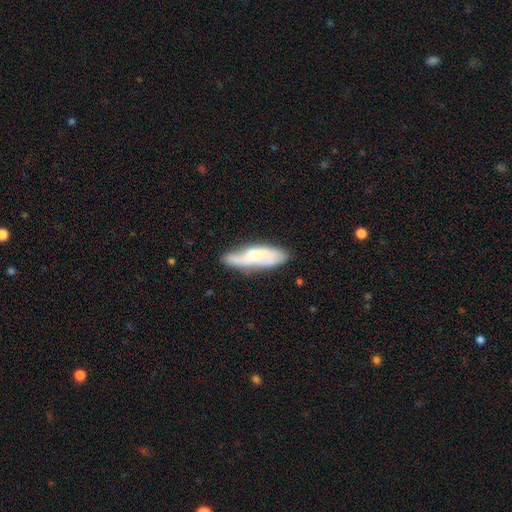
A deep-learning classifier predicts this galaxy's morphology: This appears to be a smooth galaxy with no disk features (51%) that is cigar-shaped (50%). Merging: none (62%).